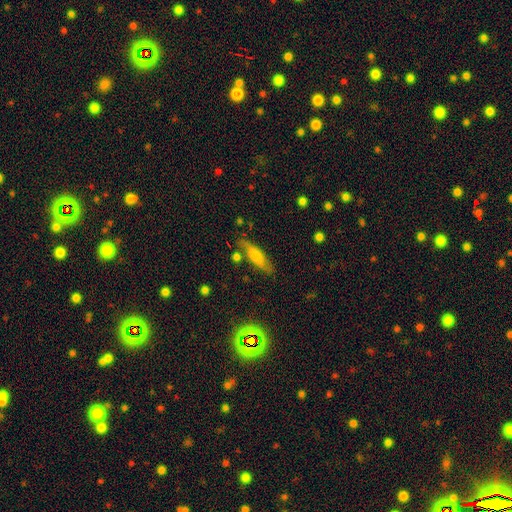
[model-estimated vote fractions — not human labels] smooth 60%, featured or disk 30%, star or artifact 10%. Down the decision tree: how rounded — cigar-shaped (59%); merging — none (74%).